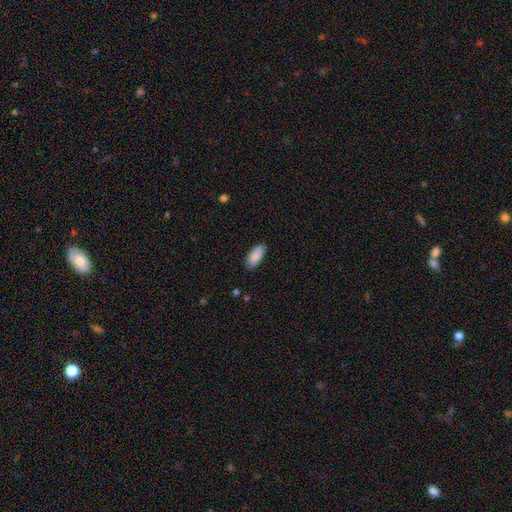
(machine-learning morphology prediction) Overall: smooth (89%). How rounded: in between (90%). Merging: none (84%).